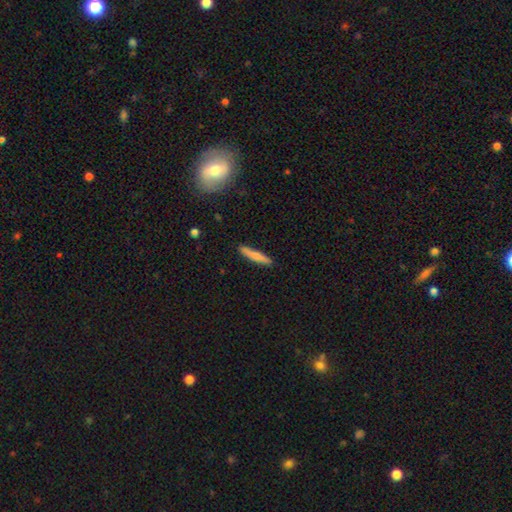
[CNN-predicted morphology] type=smooth (66%); roundness=cigar-shaped (91%); merging=none (89%).